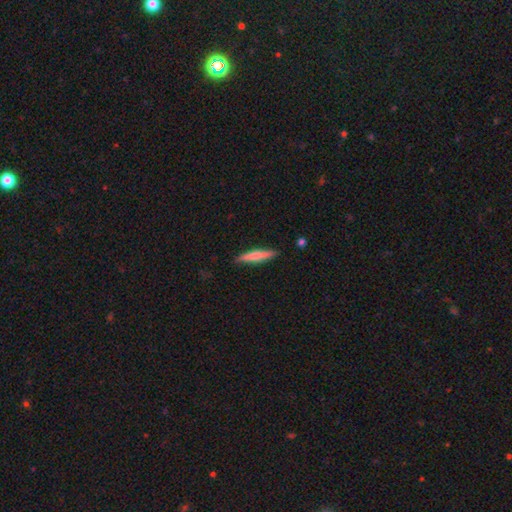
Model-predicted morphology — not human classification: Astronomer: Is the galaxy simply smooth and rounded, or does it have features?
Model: smooth — 65%.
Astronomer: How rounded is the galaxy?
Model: cigar-shaped — 89%.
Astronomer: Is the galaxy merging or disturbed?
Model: none — 88%.